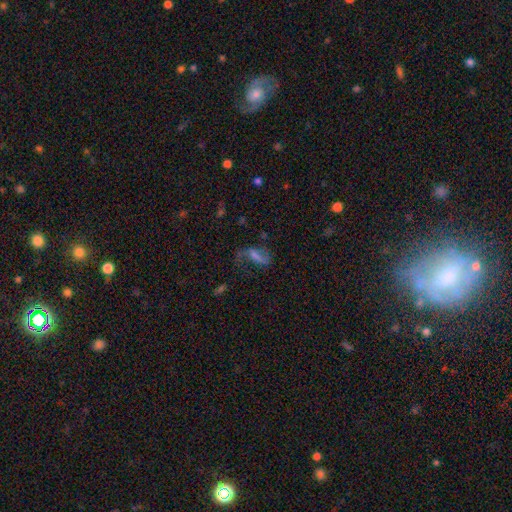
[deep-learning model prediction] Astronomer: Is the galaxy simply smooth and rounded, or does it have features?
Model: featured or disk — 52% (runner-up: smooth, 30%).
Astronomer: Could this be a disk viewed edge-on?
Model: no — 91%.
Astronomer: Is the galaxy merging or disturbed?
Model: none — 46% (runner-up: major disturbance, 31%).